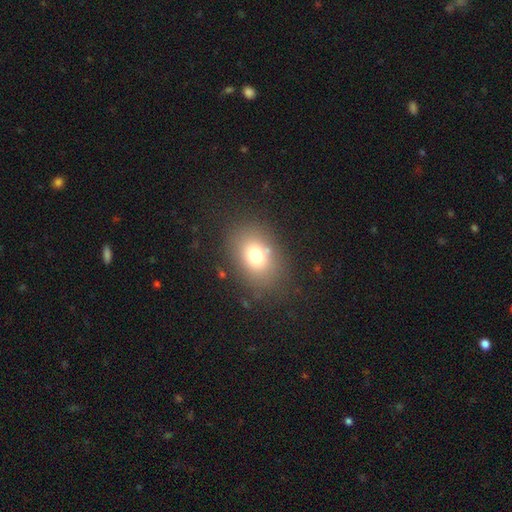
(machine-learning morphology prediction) Overall: smooth (73%). How rounded: in between (63%; round 36%). Merging: none (79%).